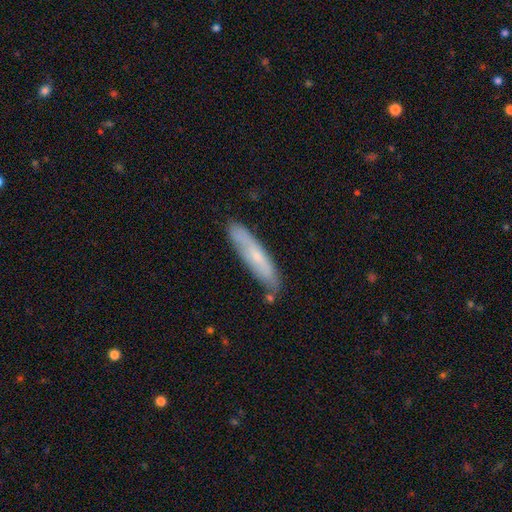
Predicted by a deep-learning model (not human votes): This appears to be a smooth galaxy with no disk features (57%) that is cigar-shaped (84%). Merging: none (76%).